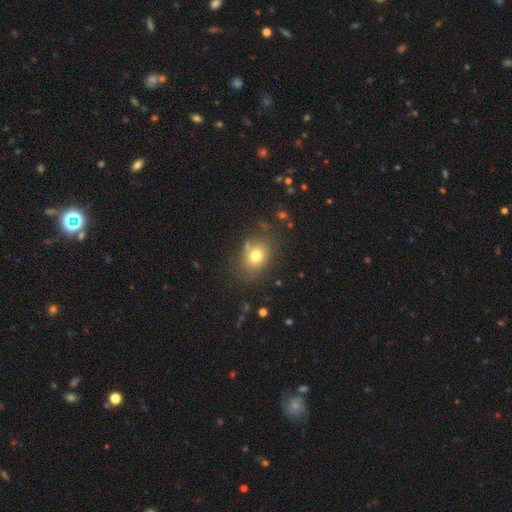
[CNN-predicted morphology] smooth-or-featured: smooth: 75% | star or artifact: 13% | featured or disk: 12%
  how-rounded: round: 50% | in between: 49% | cigar-shaped: 1%
  merging: none: 73% | minor disturbance: 16% | major disturbance: 6% | merger: 5%